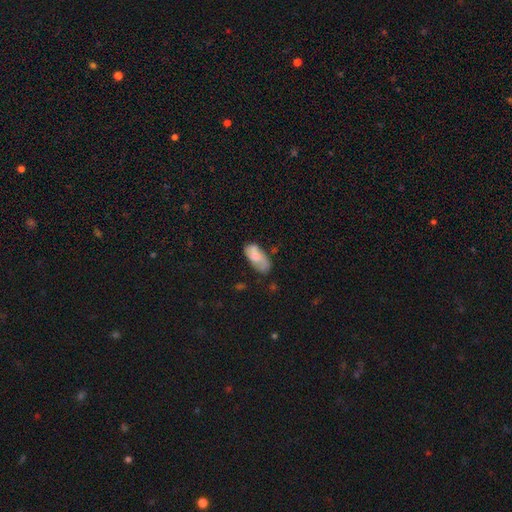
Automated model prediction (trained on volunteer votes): Smooth or featured? Predicted: smooth (p=0.69). How rounded? Predicted: in between (p=0.90). Merging? Predicted: none (p=0.50).